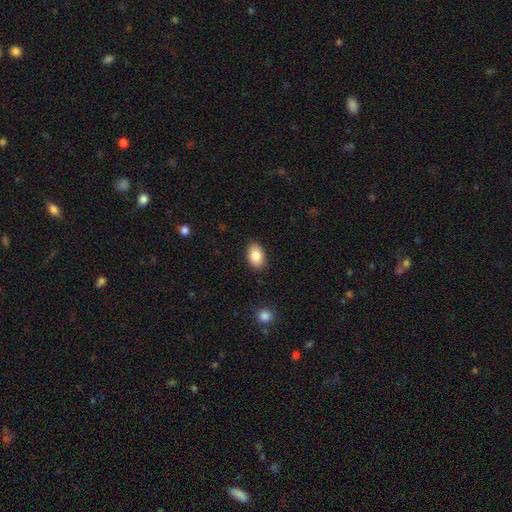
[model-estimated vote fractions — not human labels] The model was most divided on "smooth or featured": smooth: 86%, star or artifact: 7%, featured or disk: 7%. More confident: how rounded — in between (90%); merging — none (88%).